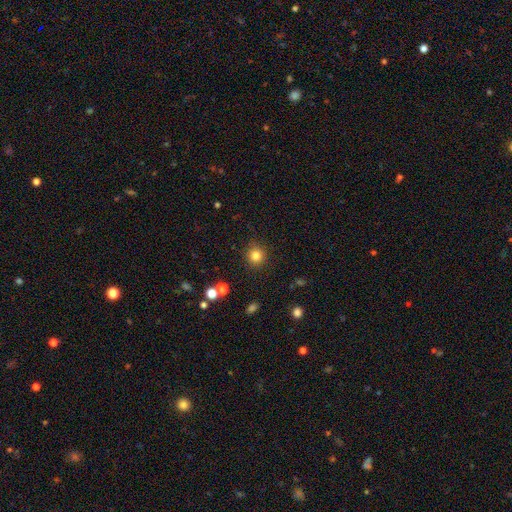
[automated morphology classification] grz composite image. It shows a smooth galaxy with no disk features (81%) that is round (92%). Merging: none (88%).